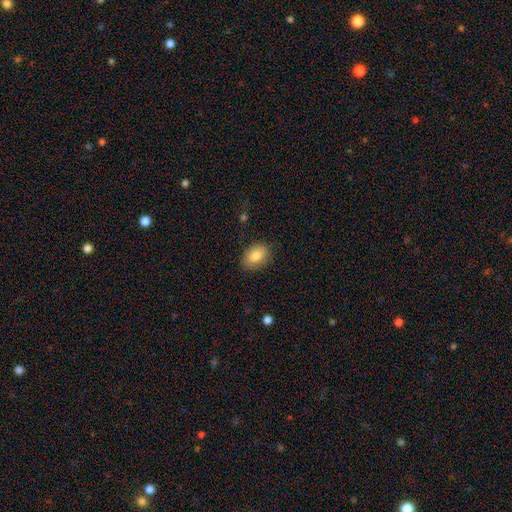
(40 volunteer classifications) Q: Smooth or featured?
A: smooth (85%); runner-up: featured or disk (10%)
Q: How rounded?
A: in between (82%); runner-up: round (18%)
Q: Merging?
A: none (84%); runner-up: minor disturbance (16%)